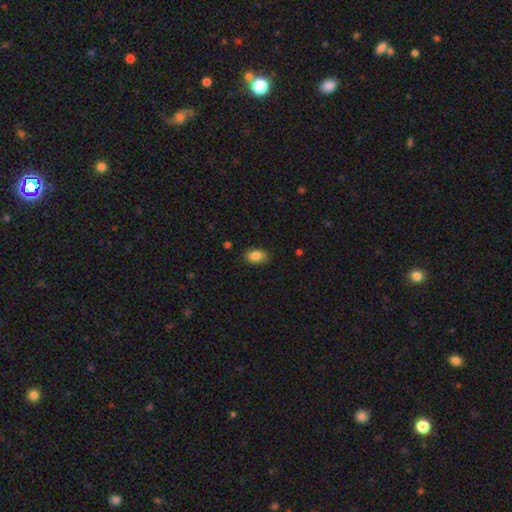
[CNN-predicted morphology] Q: Smooth or featured?
A: smooth (86%); runner-up: star or artifact (8%)
Q: How rounded?
A: in between (85%); runner-up: round (14%)
Q: Merging?
A: none (83%); runner-up: minor disturbance (14%)